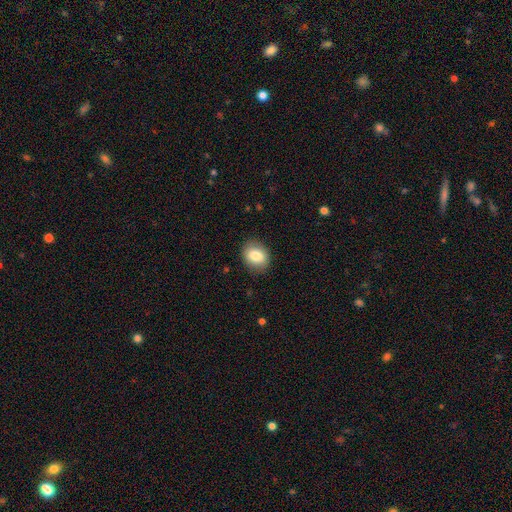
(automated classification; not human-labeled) Smooth or featured?
  - smooth: 83% *
  - featured or disk: 9%
  - star or artifact: 8%
How rounded?
  - in between: 52% *
  - round: 47%
  - cigar-shaped: 1%
Merging?
  - none: 86% *
  - minor disturbance: 10%
  - major disturbance: 3%
  - merger: 1%